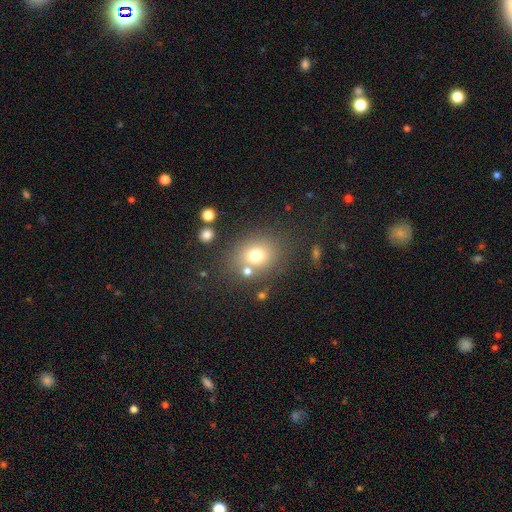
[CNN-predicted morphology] A smooth galaxy with no disk features (73%) that is round (63%). Merging: none (69%).